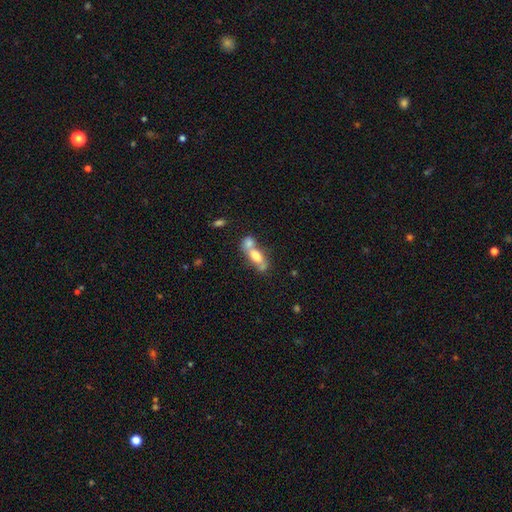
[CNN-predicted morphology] This appears to be a smooth galaxy with no disk features (62%) that is in between round and cigar-shaped (70%). Merging: merger (57%).